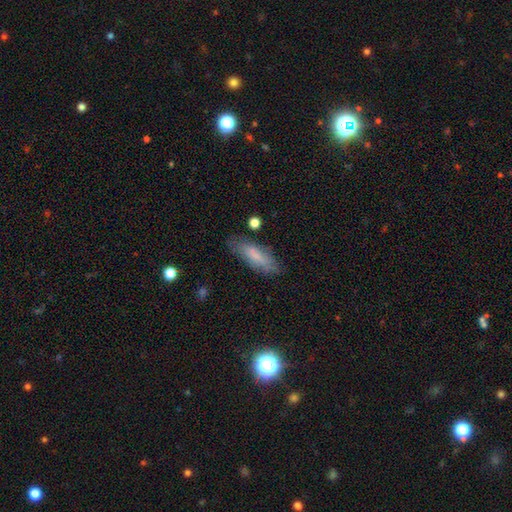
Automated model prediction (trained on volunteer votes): A smooth galaxy with no disk features (72%) that is in between round and cigar-shaped (53%).

Vote fractions:
- Smooth or featured? smooth: 72% / featured or disk: 21% / star or artifact: 8%
- How rounded? in between: 53% / cigar-shaped: 45% / round: 2%
- Merging? none: 75% / minor disturbance: 18% / major disturbance: 5% / merger: 2%